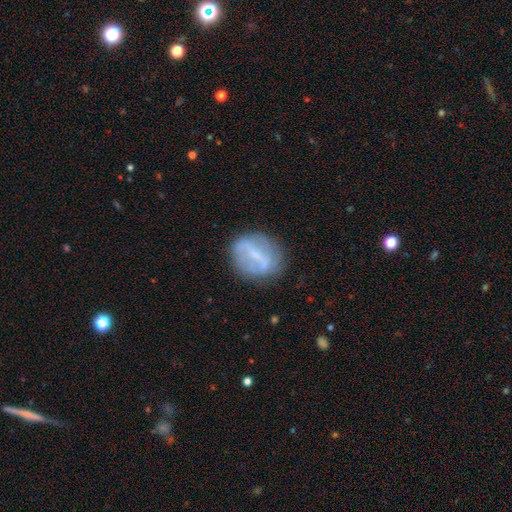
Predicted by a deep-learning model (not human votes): This appears to be a featured or disk galaxy (58%) with a strong bar (51%), no spiral arms (68%) and a small central bulge (50%). Merging: none (71%).